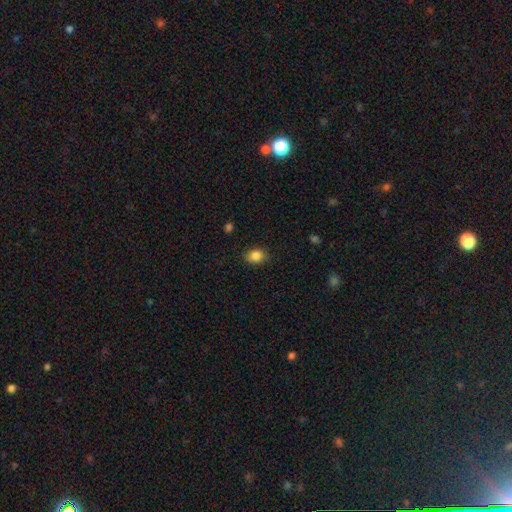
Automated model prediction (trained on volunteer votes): A smooth galaxy with no disk features (86%) that is in between round and cigar-shaped (66%).

Vote fractions:
- Smooth or featured? smooth: 86% / star or artifact: 9% / featured or disk: 5%
- How rounded? in between: 66% / round: 33% / cigar-shaped: 1%
- Merging? none: 86% / minor disturbance: 11% / major disturbance: 3% / merger: 1%